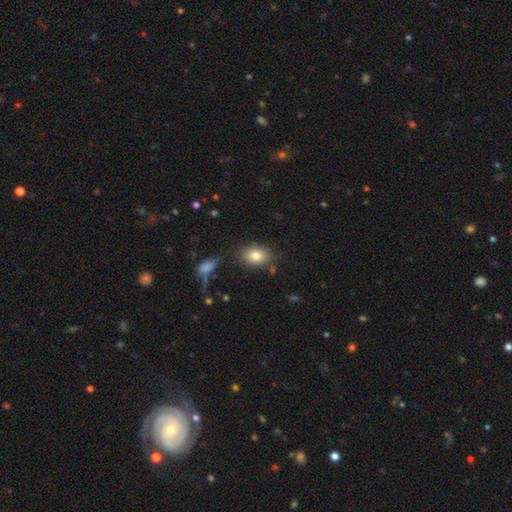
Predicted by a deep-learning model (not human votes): smooth_or_featured: smooth (p=0.82) [alt: featured or disk p=0.10]
how_rounded: in between (p=0.75) [alt: round p=0.23]
merging: none (p=0.79) [alt: minor disturbance p=0.13]